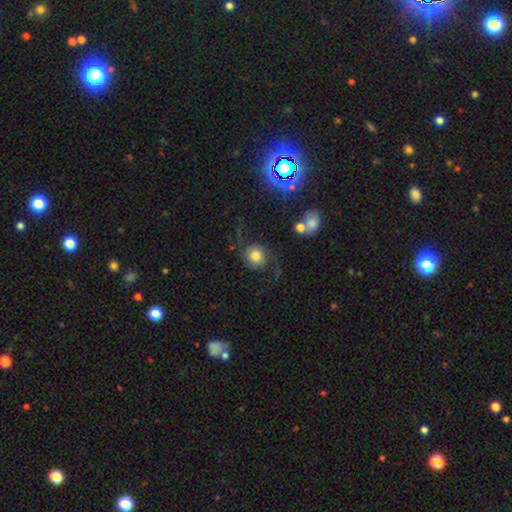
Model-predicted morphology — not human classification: featured or disk 60%, smooth 31%, star or artifact 9%. Down the decision tree: edge-on disk — no (97%); bar — no (76%); spiral arms — yes (92%); spiral arm count — 2 (89%); spiral winding — loose (68%); bulge size — moderate (38%); merging — none (60%).